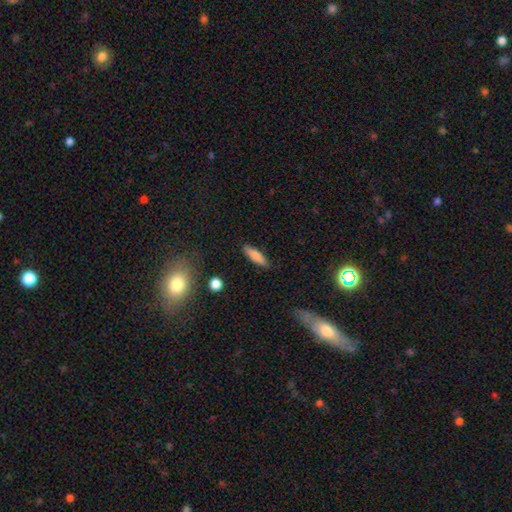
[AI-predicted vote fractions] Overall: smooth (79%). How rounded: cigar-shaped (62%; in between 36%). Merging: none (87%).